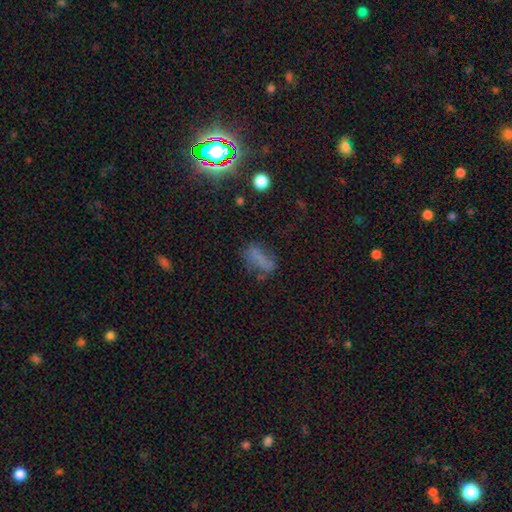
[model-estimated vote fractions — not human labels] Smooth or featured?
  - smooth: 61% *
  - star or artifact: 20%
  - featured or disk: 19%
How rounded?
  - in between: 67% *
  - cigar-shaped: 26%
  - round: 7%
Merging?
  - none: 51% *
  - minor disturbance: 23%
  - major disturbance: 18%
  - merger: 8%